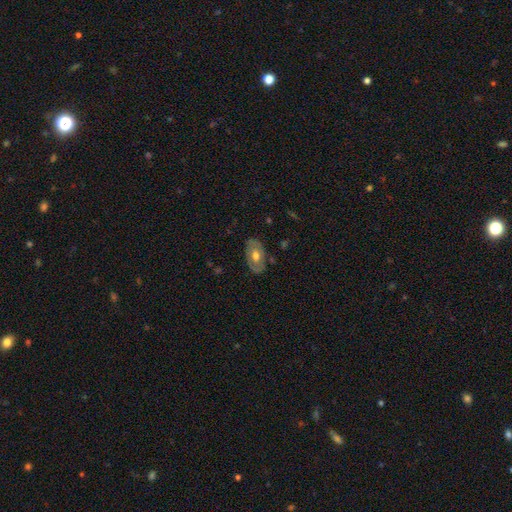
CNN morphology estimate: This is possibly a smooth galaxy (49%). Merging: likely none (80%).